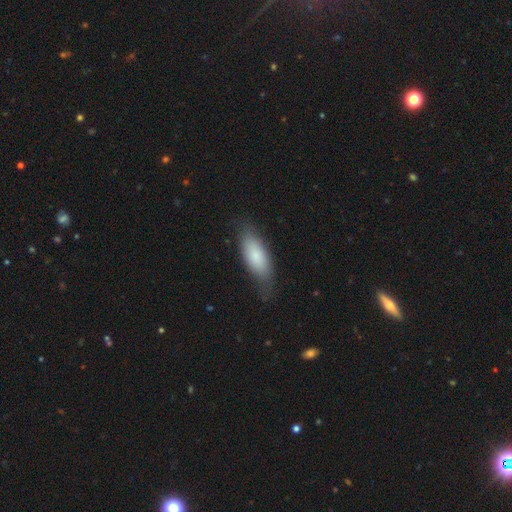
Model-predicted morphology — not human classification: Smooth or featured? smooth (80%)
How rounded? in between (78%)
Merging? none (67%)